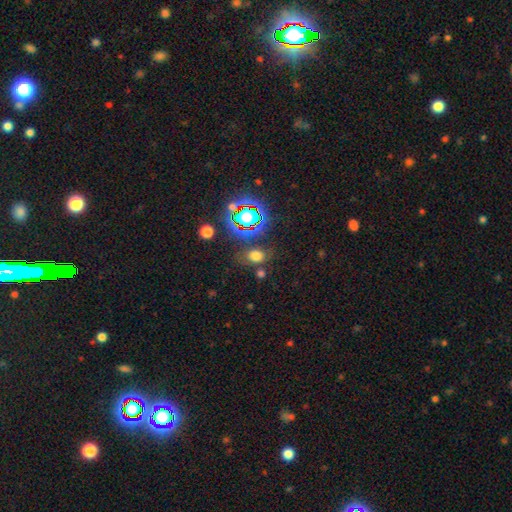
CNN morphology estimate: Smooth or featured?
  - smooth: 65% *
  - star or artifact: 28%
  - featured or disk: 8%
How rounded?
  - in between: 53% *
  - round: 45%
  - cigar-shaped: 2%
Merging?
  - none: 74% *
  - minor disturbance: 13%
  - merger: 7%
  - major disturbance: 6%